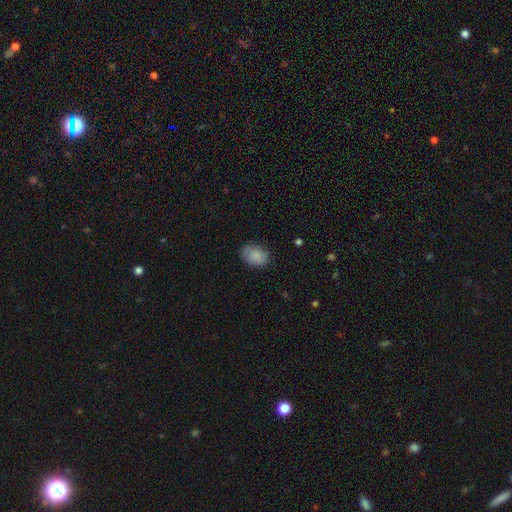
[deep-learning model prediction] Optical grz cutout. It shows a smooth galaxy with no disk features (86%) that is in between round and cigar-shaped (75%). Merging: none (80%).